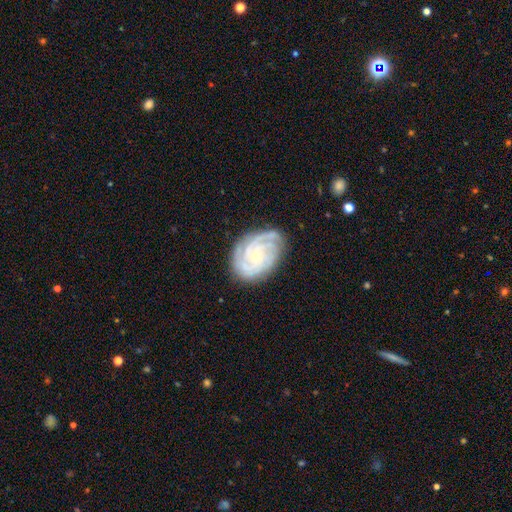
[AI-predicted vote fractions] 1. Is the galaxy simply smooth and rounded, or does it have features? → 84% featured or disk, 10% smooth, 6% star or artifact.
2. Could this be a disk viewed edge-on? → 97% no, 3% yes.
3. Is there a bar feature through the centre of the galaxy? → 75% no, 21% weak, 4% strong.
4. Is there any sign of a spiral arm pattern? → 97% yes, 3% no.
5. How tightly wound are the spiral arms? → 73% tight, 23% medium, 4% loose.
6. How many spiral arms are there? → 29% 3, 23% can't tell, 23% 4, 13% 2, 7% more than 4, 6% 1.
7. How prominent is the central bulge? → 76% small, 20% moderate, 2% none, 1% large, 1% dominant.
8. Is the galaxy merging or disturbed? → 76% none, 17% minor disturbance, 5% major disturbance, 1% merger.